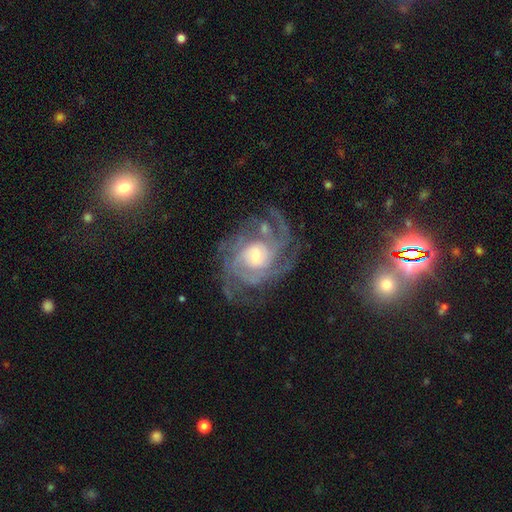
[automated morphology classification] featured or disk 88%, star or artifact 6%, smooth 6%. Down the decision tree: edge-on disk — no (97%); bar — no (66%); spiral arms — yes (96%); spiral arm count — can't tell (26%); spiral winding — tight (55%); bulge size — moderate (47%); merging — none (65%).